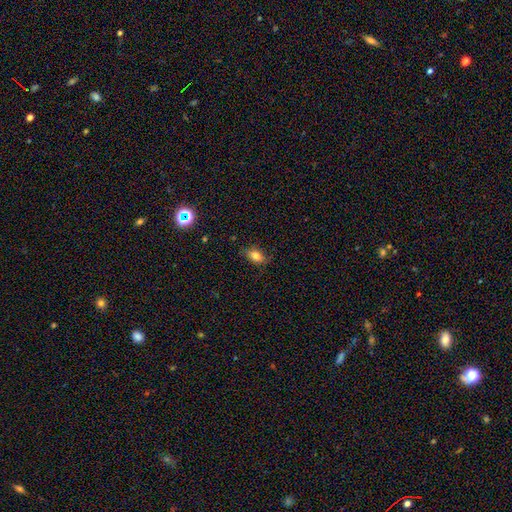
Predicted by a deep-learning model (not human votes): Morphology: type=smooth (80%); roundness=in between (84%); merging=none (78%).